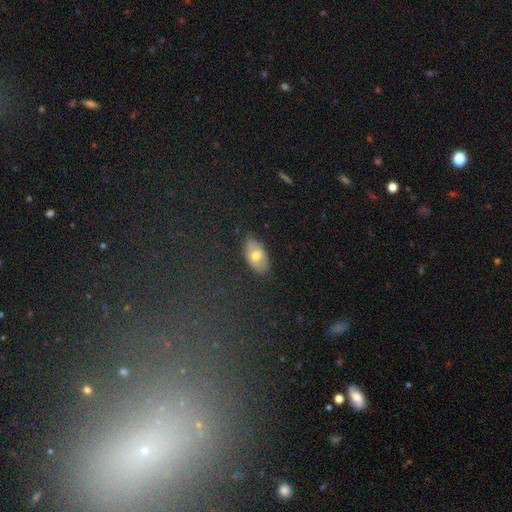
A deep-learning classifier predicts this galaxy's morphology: This appears to be a smooth galaxy with no disk features (61%) that is in between round and cigar-shaped (92%). Merging: none (80%).